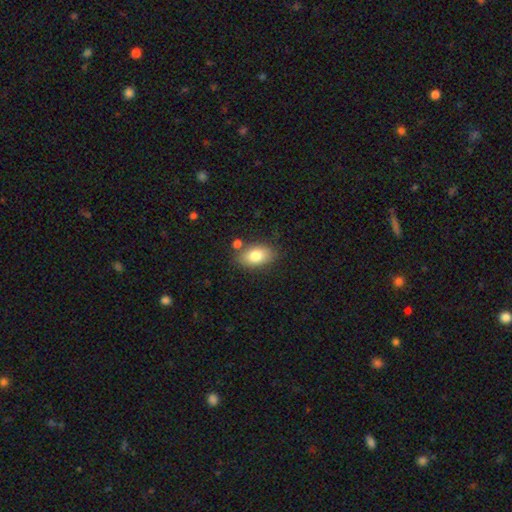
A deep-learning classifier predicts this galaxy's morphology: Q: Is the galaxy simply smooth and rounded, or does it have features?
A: smooth — 81%.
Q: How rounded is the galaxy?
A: in between — 90%.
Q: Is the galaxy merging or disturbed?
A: none — 79%.